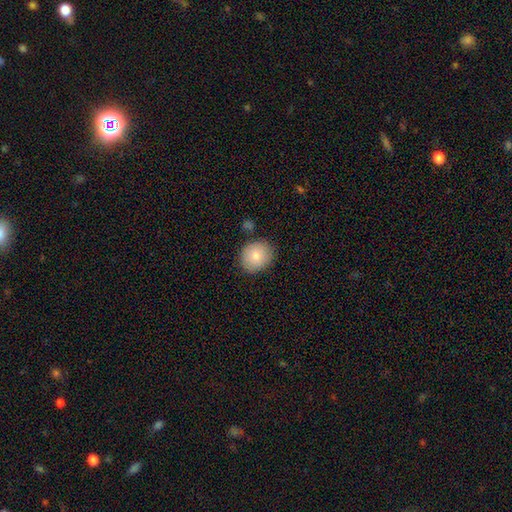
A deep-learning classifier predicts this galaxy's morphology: The model was most divided on "how rounded": round: 69%, in between: 30%, cigar-shaped: 1%. More confident: smooth or featured — smooth (81%); merging — none (79%).